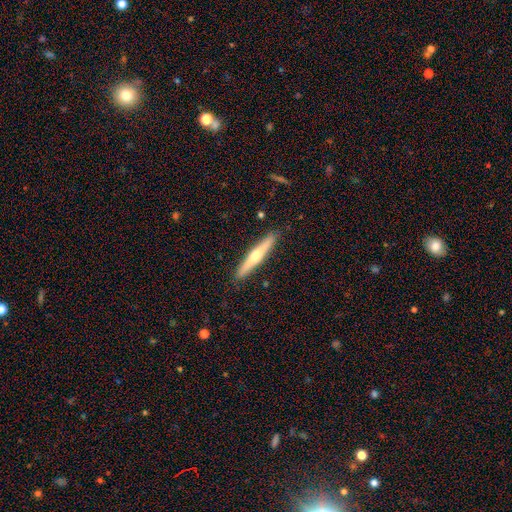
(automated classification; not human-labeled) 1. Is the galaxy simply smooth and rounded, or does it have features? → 55% featured or disk, 40% smooth, 5% star or artifact.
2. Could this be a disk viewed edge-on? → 96% yes, 4% no.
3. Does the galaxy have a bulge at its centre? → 88% rounded, 9% none, 3% boxy.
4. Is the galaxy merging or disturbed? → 90% none, 7% minor disturbance, 1% major disturbance, 1% merger.